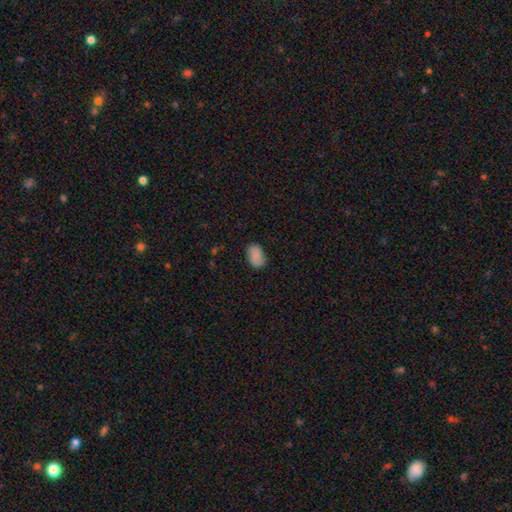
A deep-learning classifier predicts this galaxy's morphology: smooth-or-featured: smooth: 85% | star or artifact: 8% | featured or disk: 7%
  how-rounded: in between: 88% | round: 10% | cigar-shaped: 1%
  merging: none: 80% | minor disturbance: 16% | major disturbance: 3% | merger: 1%